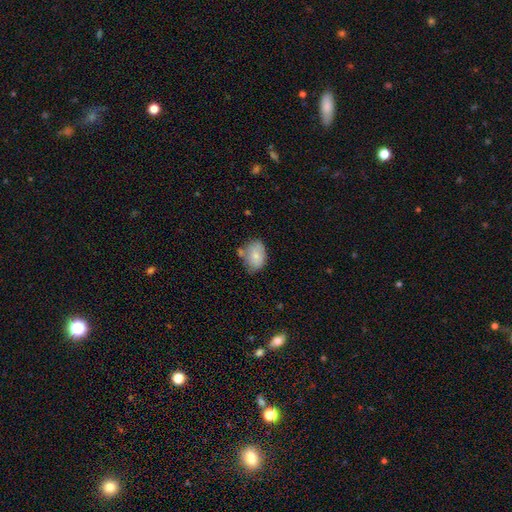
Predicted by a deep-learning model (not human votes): smooth 78%, featured or disk 15%, star or artifact 7%. Down the decision tree: how rounded — in between (79%); merging — none (55%).